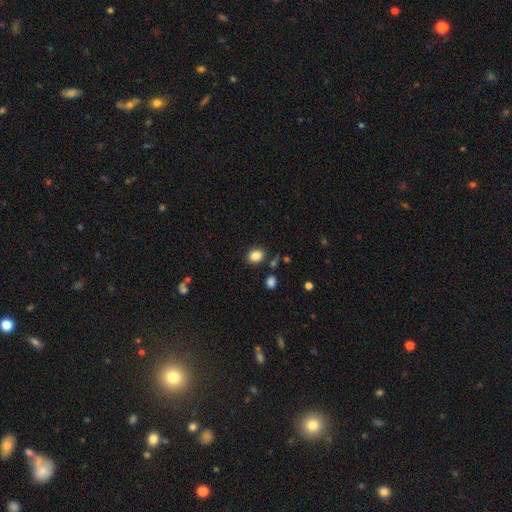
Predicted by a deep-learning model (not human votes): smooth 85%, star or artifact 10%, featured or disk 5%. Down the decision tree: how rounded — round (54%); merging — none (83%).